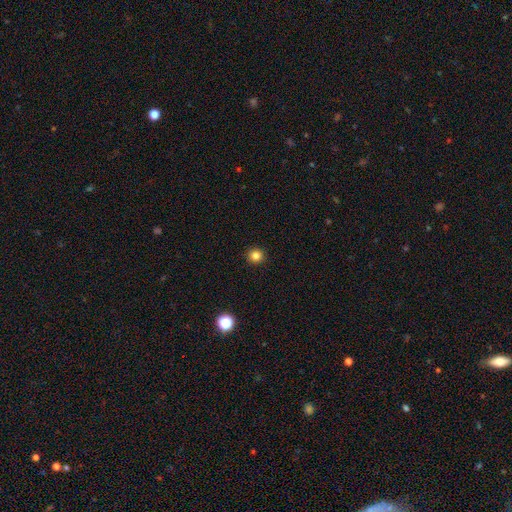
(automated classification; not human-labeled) Overall: smooth (83%). How rounded: round (94%). Merging: none (93%).